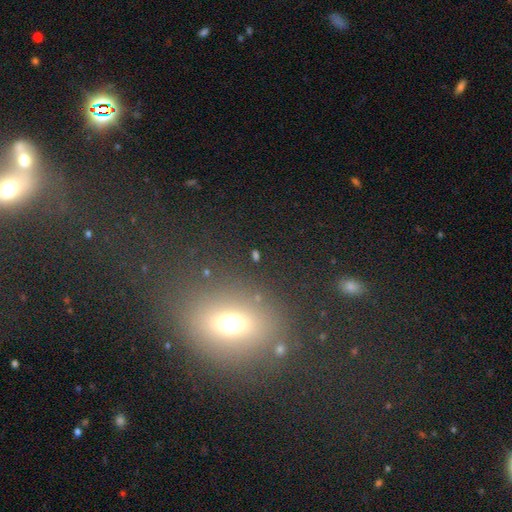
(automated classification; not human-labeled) Smooth or featured? smooth (46%)
Merging? none (79%)